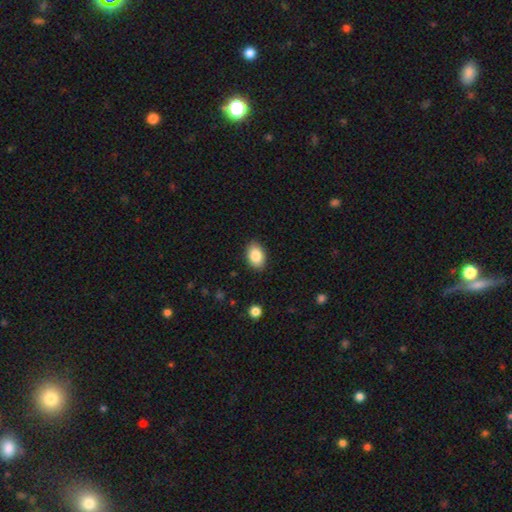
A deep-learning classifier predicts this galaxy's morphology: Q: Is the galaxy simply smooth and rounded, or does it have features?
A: smooth — 86%.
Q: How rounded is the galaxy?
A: in between — 86%.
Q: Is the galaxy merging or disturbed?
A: none — 88%.